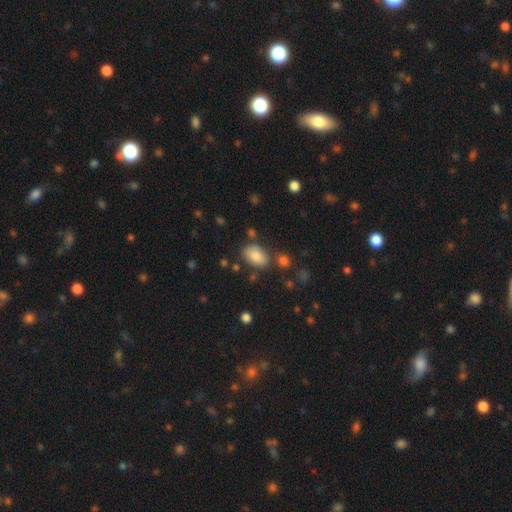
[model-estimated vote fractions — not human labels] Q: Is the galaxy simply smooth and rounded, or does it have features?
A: smooth — 81%.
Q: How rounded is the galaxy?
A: in between — 87%.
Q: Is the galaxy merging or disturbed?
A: none — 73%.